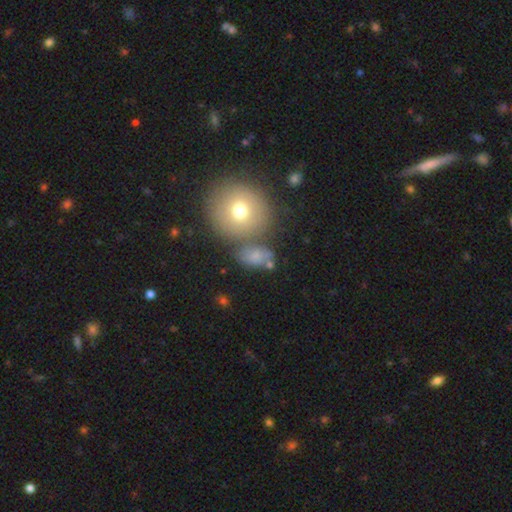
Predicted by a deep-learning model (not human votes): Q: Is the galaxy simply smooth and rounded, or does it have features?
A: smooth — 63%.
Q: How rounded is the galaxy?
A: in between — 65%.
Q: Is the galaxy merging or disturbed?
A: none — 48%.